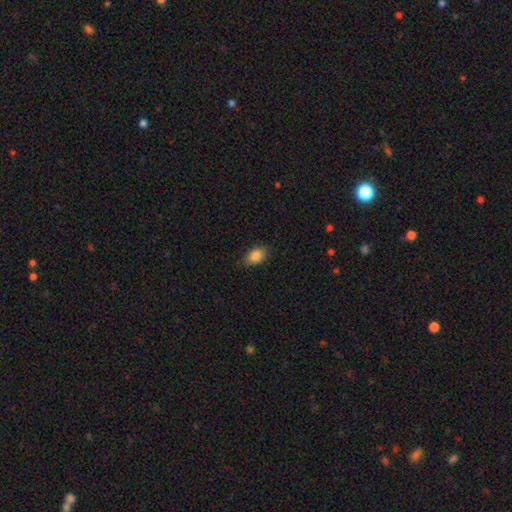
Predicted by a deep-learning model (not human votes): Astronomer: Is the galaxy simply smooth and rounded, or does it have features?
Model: smooth — 88%.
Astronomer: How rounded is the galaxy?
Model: in between — 85%.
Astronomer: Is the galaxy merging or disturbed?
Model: none — 83%.